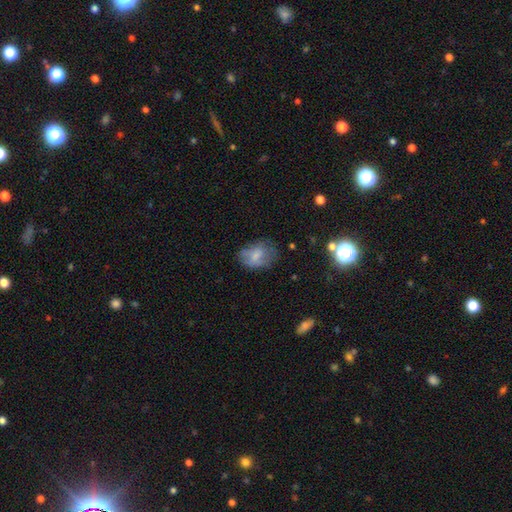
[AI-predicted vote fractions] smooth-or-featured: smooth: 64% | featured or disk: 26% | star or artifact: 10%
  how-rounded: in between: 70% | round: 29% | cigar-shaped: 1%
  merging: none: 51% | minor disturbance: 29% | major disturbance: 18% | merger: 2%